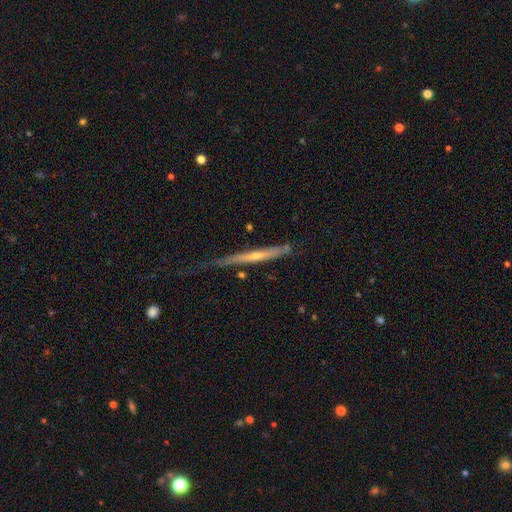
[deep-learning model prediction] Morphology: type=featured or disk (65%); edge-on=yes (94%); edge-on bulge=rounded (50%); merging=none (59%).